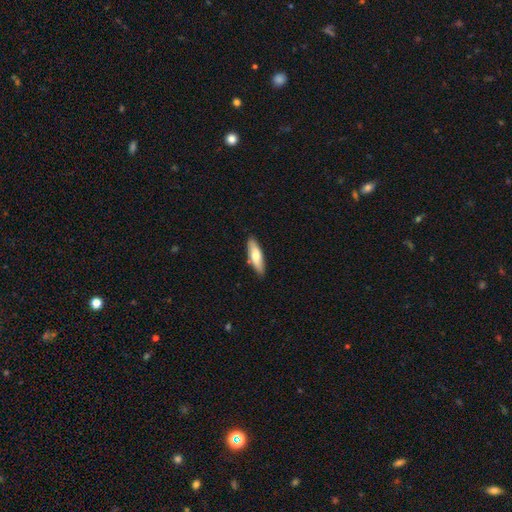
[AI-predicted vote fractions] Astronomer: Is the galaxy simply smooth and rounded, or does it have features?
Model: smooth — 68%.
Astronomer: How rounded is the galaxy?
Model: in between — 51% (runner-up: cigar-shaped, 47%).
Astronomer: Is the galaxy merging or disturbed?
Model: none — 85%.